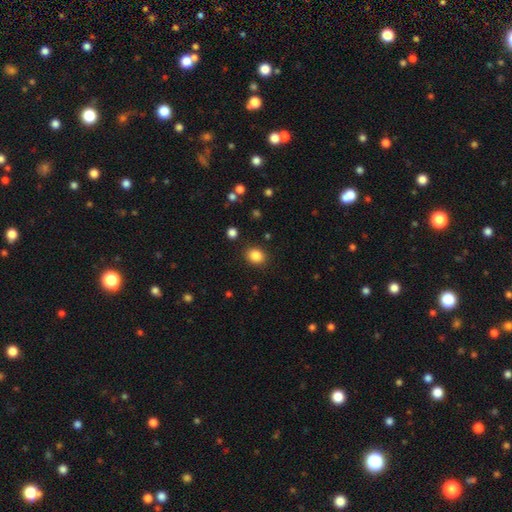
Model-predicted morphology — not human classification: A smooth galaxy with no disk features (85%) that is round (63%).

Vote fractions:
- Smooth or featured? smooth: 85% / star or artifact: 10% / featured or disk: 4%
- How rounded? round: 63% / in between: 36% / cigar-shaped: 1%
- Merging? none: 88% / minor disturbance: 7% / major disturbance: 3% / merger: 2%